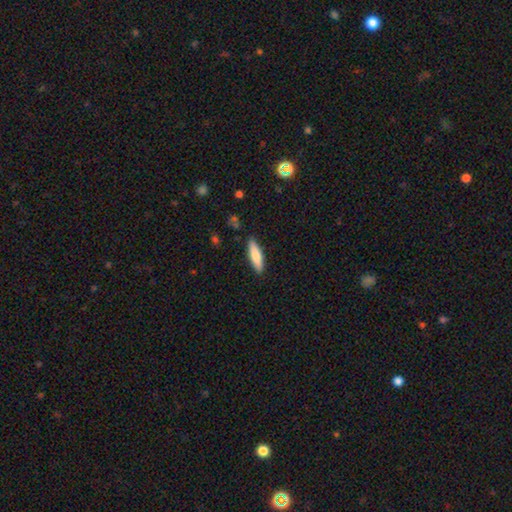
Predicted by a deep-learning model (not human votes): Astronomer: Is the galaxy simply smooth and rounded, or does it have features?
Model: smooth — 76%.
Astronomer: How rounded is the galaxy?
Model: cigar-shaped — 67%.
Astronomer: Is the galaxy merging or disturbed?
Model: none — 88%.